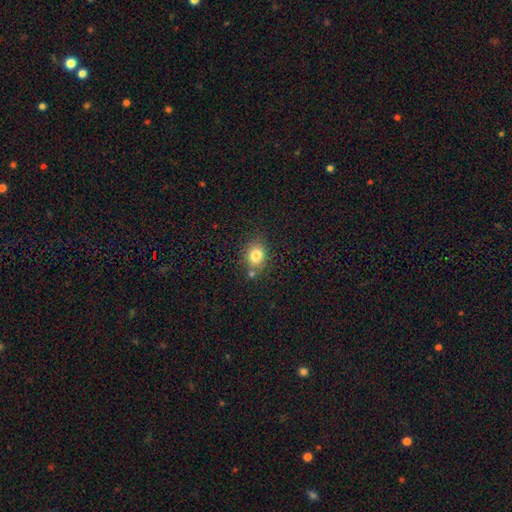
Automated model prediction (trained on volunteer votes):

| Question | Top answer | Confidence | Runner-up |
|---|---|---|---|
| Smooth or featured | smooth | 81% | star or artifact (11%) |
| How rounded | round | 60% | in between (39%) |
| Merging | none | 71% | minor disturbance (15%) |